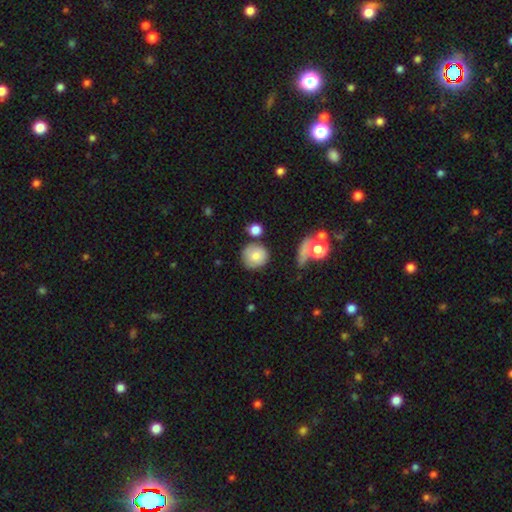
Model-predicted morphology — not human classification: smooth 76%, featured or disk 15%, star or artifact 9%. Down the decision tree: how rounded — round (90%); merging — none (72%).